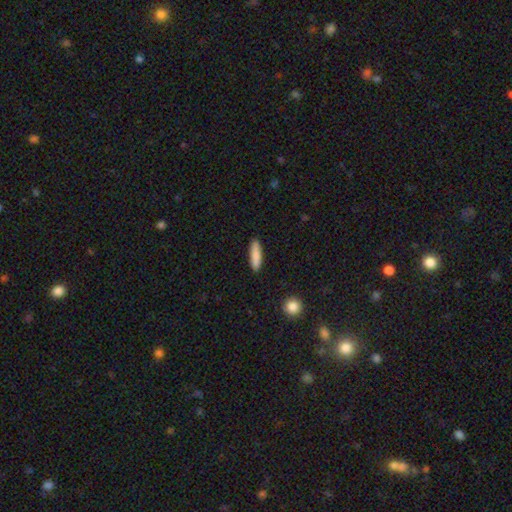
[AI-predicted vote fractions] Morphology: type=smooth (86%); roundness=cigar-shaped (75%); merging=none (89%).